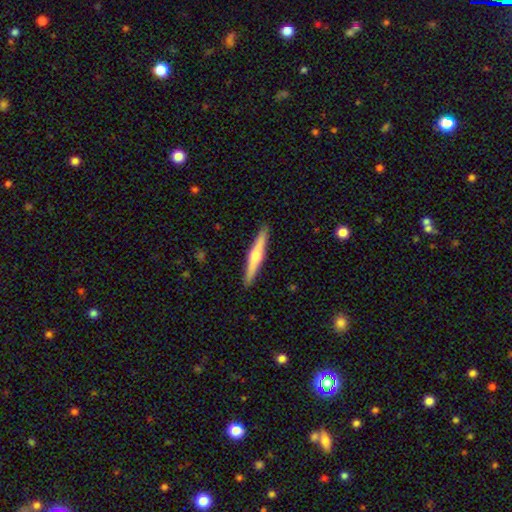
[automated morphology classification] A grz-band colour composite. It shows a featured or disk galaxy (55%) viewed edge-on (97%) with a rounded central bulge (86%). Merging: none (91%).